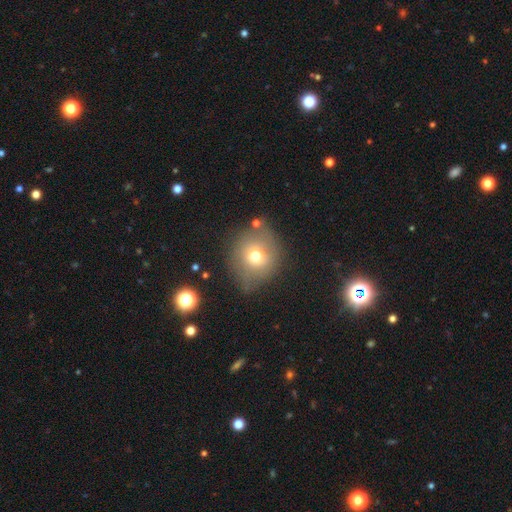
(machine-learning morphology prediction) smooth_or_featured: smooth (p=0.68) [alt: featured or disk p=0.19]
how_rounded: round (p=0.83) [alt: in between p=0.16]
merging: none (p=0.69) [alt: minor disturbance p=0.19]